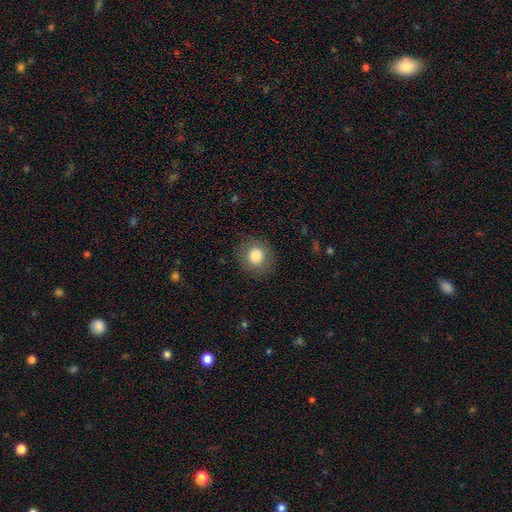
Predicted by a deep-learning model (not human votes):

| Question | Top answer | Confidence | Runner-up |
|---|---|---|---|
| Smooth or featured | smooth | 82% | star or artifact (9%) |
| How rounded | round | 86% | in between (13%) |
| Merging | none | 87% | minor disturbance (9%) |